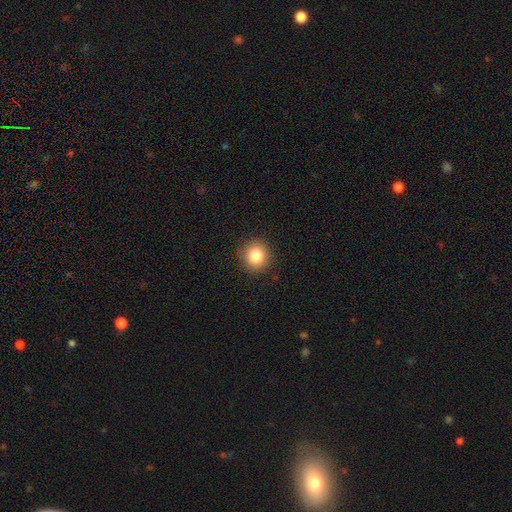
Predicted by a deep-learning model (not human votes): smooth 84%, star or artifact 10%, featured or disk 6%. Down the decision tree: how rounded — round (88%); merging — none (90%).